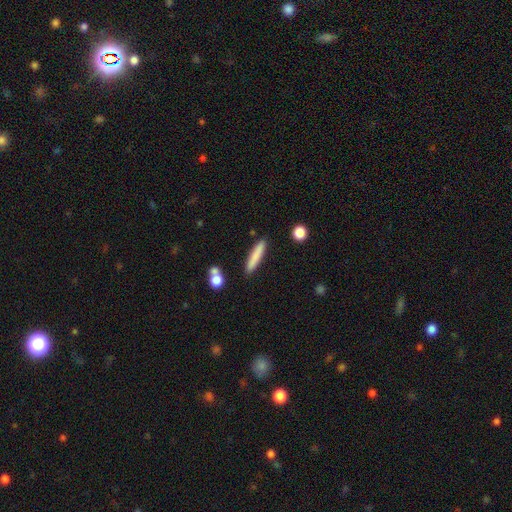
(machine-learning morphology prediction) Overall: smooth (80%). How rounded: cigar-shaped (91%). Merging: none (87%).